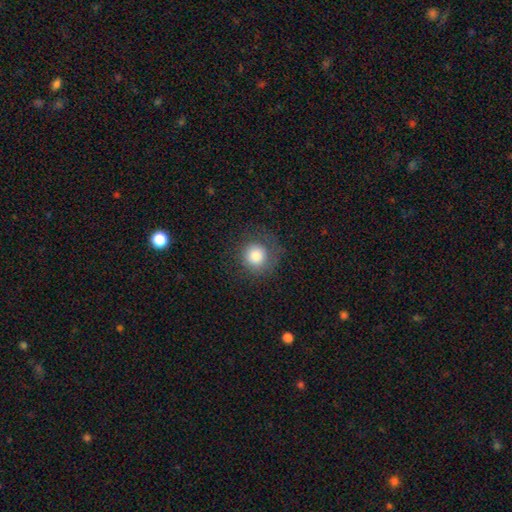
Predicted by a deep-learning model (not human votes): smooth 81%, star or artifact 11%, featured or disk 9%. Down the decision tree: how rounded — round (92%); merging — none (78%).